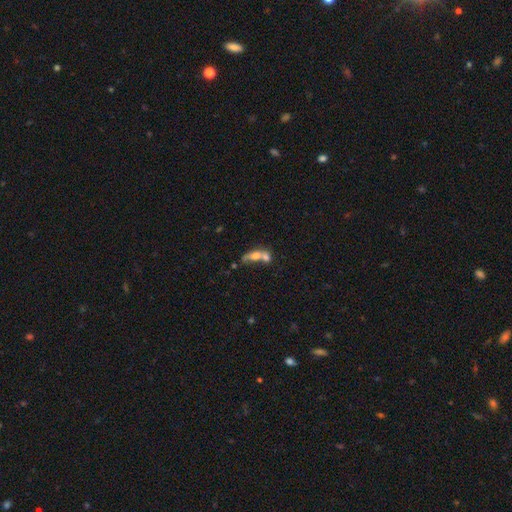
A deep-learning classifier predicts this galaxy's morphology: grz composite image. It shows a smooth galaxy with no disk features (59%) that is in between round and cigar-shaped (61%). Merging: merger (66%).